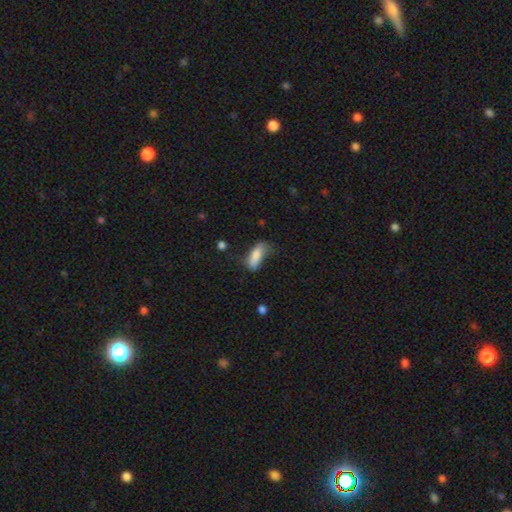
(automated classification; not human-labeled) Q: Smooth or featured?
A: smooth (79%); runner-up: featured or disk (14%)
Q: How rounded?
A: in between (69%); runner-up: cigar-shaped (29%)
Q: Merging?
A: none (41%); runner-up: minor disturbance (34%)